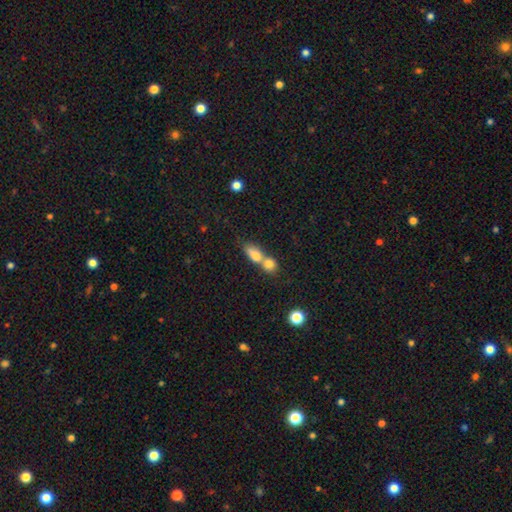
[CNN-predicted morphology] Smooth or featured: smooth — 74% (featured or disk — 17%)
How rounded: in between — 64% (round — 25%)
Merging: merger — 70% (none — 21%)